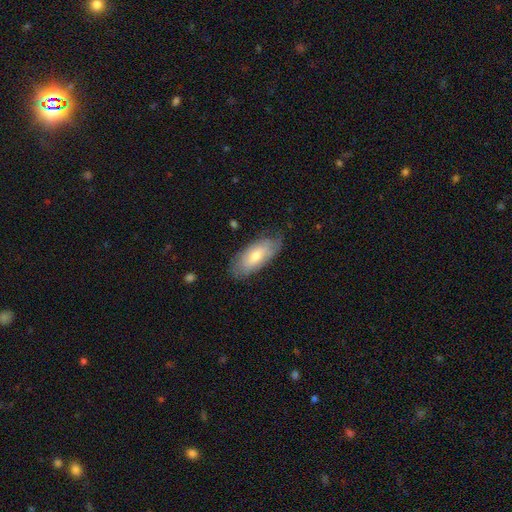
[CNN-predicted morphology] The model was most divided on "smooth or featured": smooth: 59%, featured or disk: 34%, star or artifact: 6%. More confident: how rounded — in between (86%); merging — none (71%).